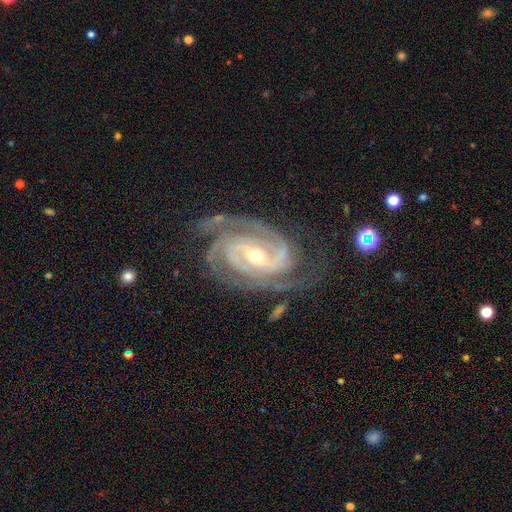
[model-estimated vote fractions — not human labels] A featured or disk galaxy (93%) with a weak bar (40%), 2 (42%) tight (62%) spiral arms (98%) and a moderate central bulge (54%). Merging: none (67%).